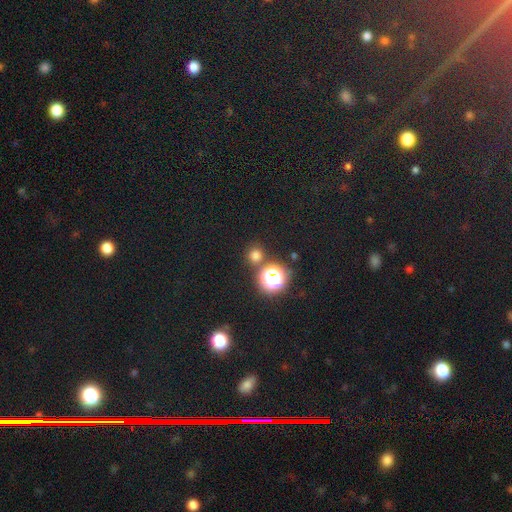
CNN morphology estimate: A smooth galaxy with no disk features (68%) that is round (91%).

Vote fractions:
- Smooth or featured? smooth: 68% / star or artifact: 27% / featured or disk: 5%
- How rounded? round: 91% / in between: 8% / cigar-shaped: 1%
- Merging? none: 80% / merger: 9% / minor disturbance: 7% / major disturbance: 3%